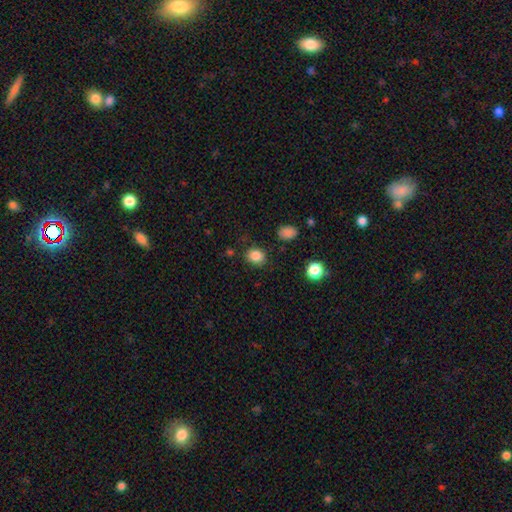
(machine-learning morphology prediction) A smooth galaxy with no disk features (85%) that is round (58%). Merging: none (82%).